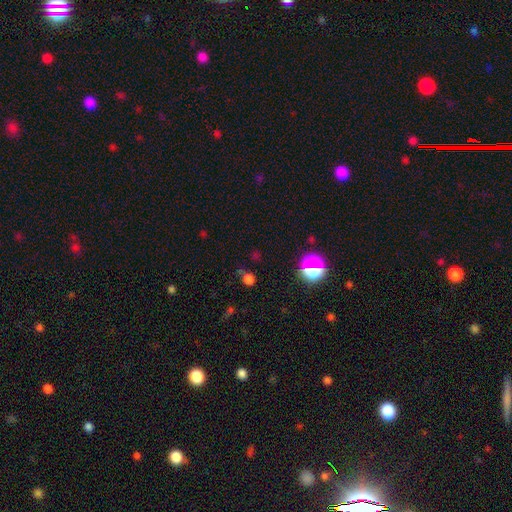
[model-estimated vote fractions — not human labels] Smooth or featured?
  - smooth: 51% *
  - star or artifact: 42%
  - featured or disk: 7%
How rounded?
  - round: 79% *
  - in between: 20%
  - cigar-shaped: 2%
Merging?
  - none: 71% *
  - minor disturbance: 13%
  - merger: 8%
  - major disturbance: 8%